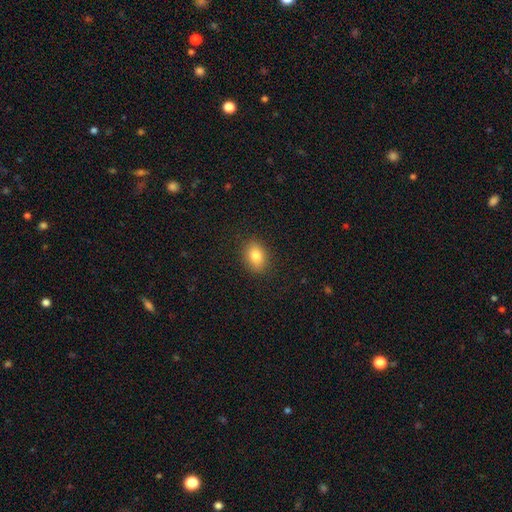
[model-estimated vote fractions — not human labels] A smooth galaxy with no disk features (82%) that is in between round and cigar-shaped (73%). Merging: none (88%).